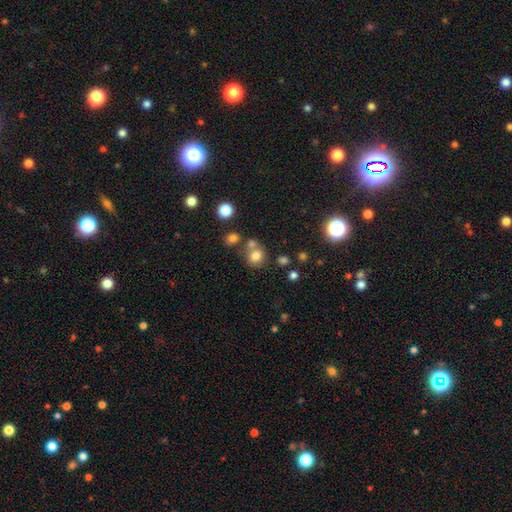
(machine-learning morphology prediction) Q: Smooth or featured?
A: smooth (77%); runner-up: star or artifact (15%)
Q: How rounded?
A: round (78%); runner-up: in between (21%)
Q: Merging?
A: none (57%); runner-up: merger (27%)